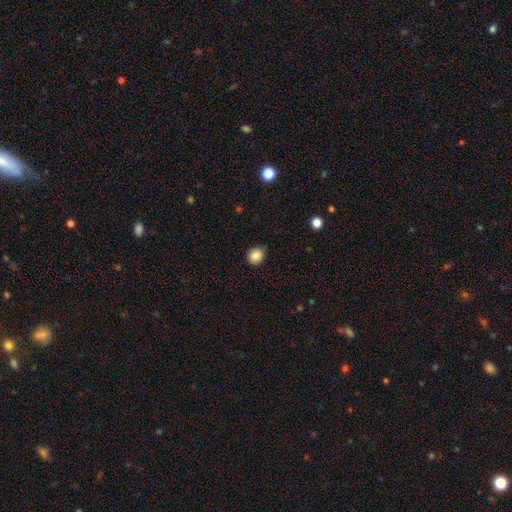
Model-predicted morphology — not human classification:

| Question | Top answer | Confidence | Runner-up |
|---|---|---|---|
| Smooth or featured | smooth | 86% | star or artifact (10%) |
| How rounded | round | 82% | in between (17%) |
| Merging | none | 87% | minor disturbance (10%) |